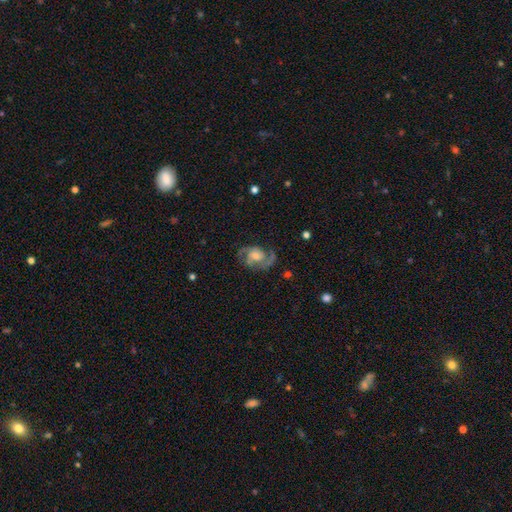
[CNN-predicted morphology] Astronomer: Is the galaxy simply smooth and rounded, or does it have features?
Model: featured or disk — 84%.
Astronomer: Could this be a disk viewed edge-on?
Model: no — 97%.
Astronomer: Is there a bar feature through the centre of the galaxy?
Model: no — 58% (runner-up: weak, 35%).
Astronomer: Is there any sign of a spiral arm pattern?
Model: yes — 96%.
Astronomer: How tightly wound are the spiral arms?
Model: medium — 54%.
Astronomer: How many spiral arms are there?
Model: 2 — 77%.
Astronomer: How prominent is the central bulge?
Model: moderate — 45% (runner-up: small, 33%).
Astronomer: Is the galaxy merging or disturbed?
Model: none — 71%.